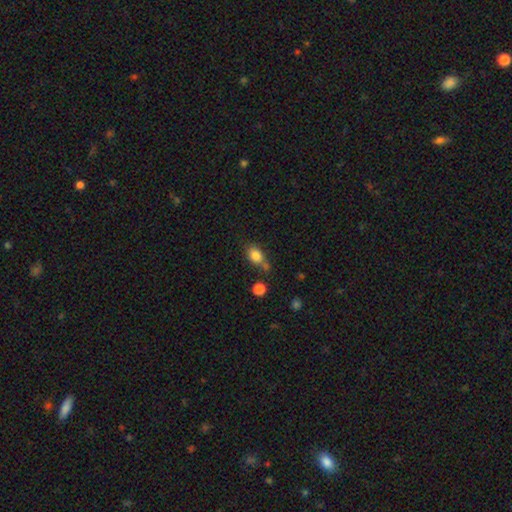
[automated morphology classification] Smooth or featured? smooth (82%)
How rounded? in between (73%)
Merging? none (57%)